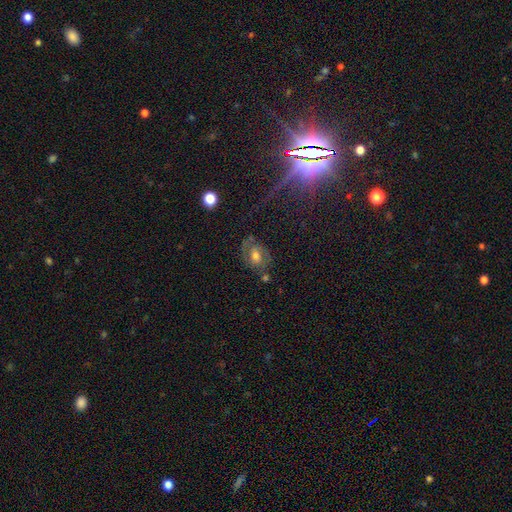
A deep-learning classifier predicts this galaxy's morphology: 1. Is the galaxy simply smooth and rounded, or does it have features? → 56% featured or disk, 30% smooth, 14% star or artifact.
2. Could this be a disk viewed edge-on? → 96% no, 4% yes.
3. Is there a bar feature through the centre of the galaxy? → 59% no, 33% weak, 8% strong.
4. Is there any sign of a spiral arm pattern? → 76% yes, 24% no.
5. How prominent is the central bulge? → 67% moderate, 15% small, 14% large, 2% none, 2% dominant.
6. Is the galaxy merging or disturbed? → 66% none, 19% minor disturbance, 10% major disturbance, 5% merger.